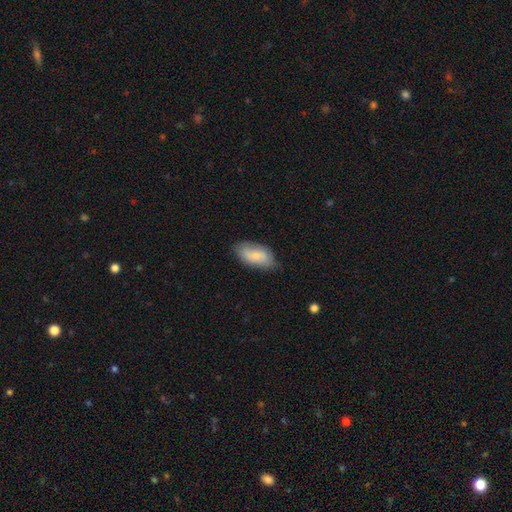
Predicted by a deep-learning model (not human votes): Smooth or featured?
  - smooth: 74% *
  - featured or disk: 19%
  - star or artifact: 6%
How rounded?
  - in between: 93% *
  - cigar-shaped: 4%
  - round: 3%
Merging?
  - none: 74% *
  - minor disturbance: 21%
  - major disturbance: 4%
  - merger: 1%